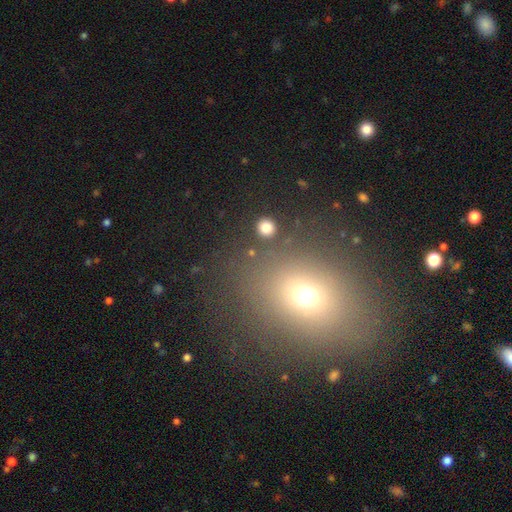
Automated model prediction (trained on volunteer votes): This is likely a smooth galaxy (61%). How rounded: possibly round (55%). Merging: likely none (80%).